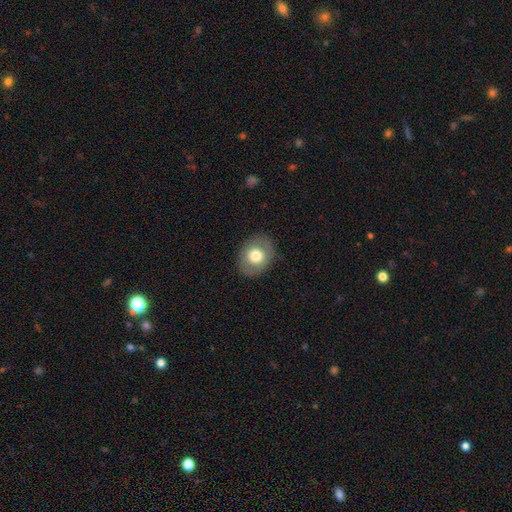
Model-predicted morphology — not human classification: smooth_or_featured: smooth (p=0.72) [alt: featured or disk p=0.20]
how_rounded: in between (p=0.51) [alt: round p=0.48]
merging: none (p=0.87) [alt: minor disturbance p=0.09]